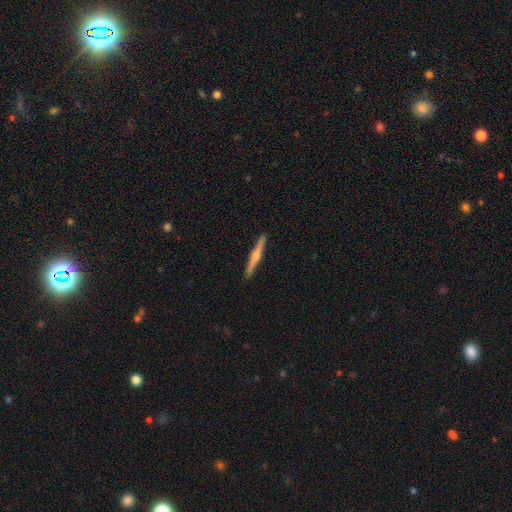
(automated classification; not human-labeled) This is likely a featured or disk galaxy (71%). It is clearly viewed edge-on (98%). Edge-on bulge: clearly rounded (84%). Merging: clearly none (93%).